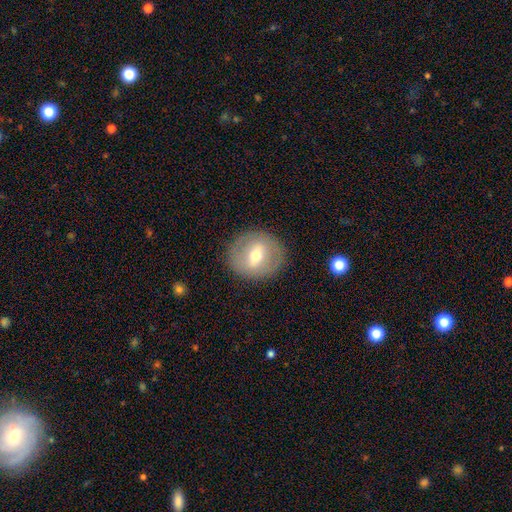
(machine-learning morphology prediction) featured or disk 48%, smooth 44%, star or artifact 8%. Down the decision tree: merging — none (86%).